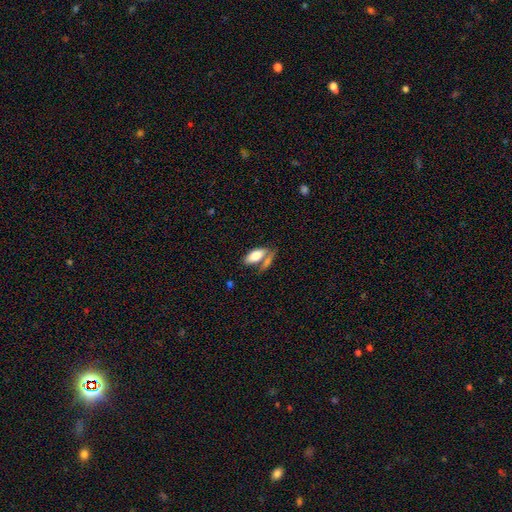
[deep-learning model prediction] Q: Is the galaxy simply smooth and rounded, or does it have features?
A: smooth — 77%.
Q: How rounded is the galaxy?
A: in between — 86%.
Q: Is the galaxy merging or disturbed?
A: none — 46%.